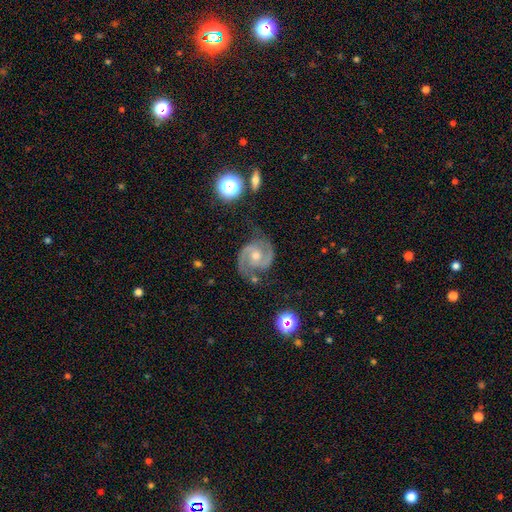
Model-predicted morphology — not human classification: Smooth or featured: featured or disk — 90% (star or artifact — 6%)
Edge-on disk: no — 98% (yes — 2%)
Bar: no — 52% (weak — 35%)
Spiral arms: yes — 98% (no — 2%)
Spiral winding: medium — 55% (tight — 36%)
Spiral arm count: 2 — 93% (can't tell — 2%)
Bulge size: moderate — 58% (small — 38%)
Merging: none — 77% (minor disturbance — 16%)